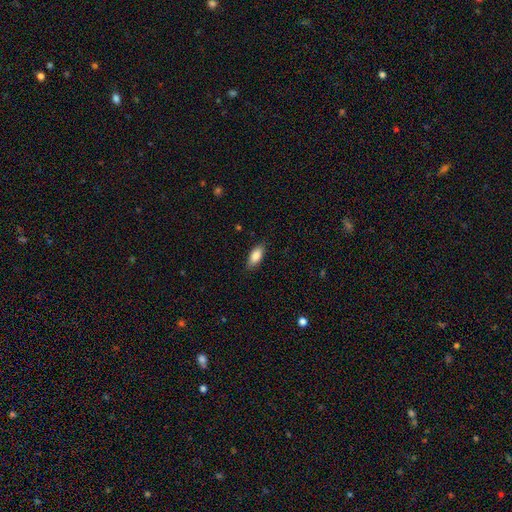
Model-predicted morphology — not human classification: Smooth or featured: smooth — 86% (featured or disk — 7%)
How rounded: in between — 85% (cigar-shaped — 13%)
Merging: none — 85% (minor disturbance — 12%)